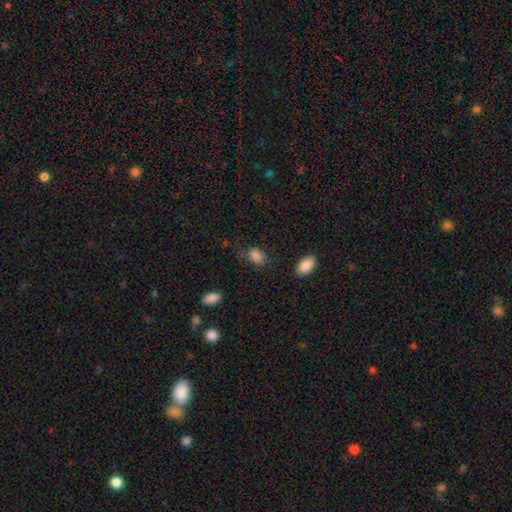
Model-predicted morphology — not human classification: Q: Smooth or featured?
A: smooth (85%); runner-up: star or artifact (10%)
Q: How rounded?
A: in between (83%); runner-up: round (15%)
Q: Merging?
A: none (54%); runner-up: minor disturbance (27%)